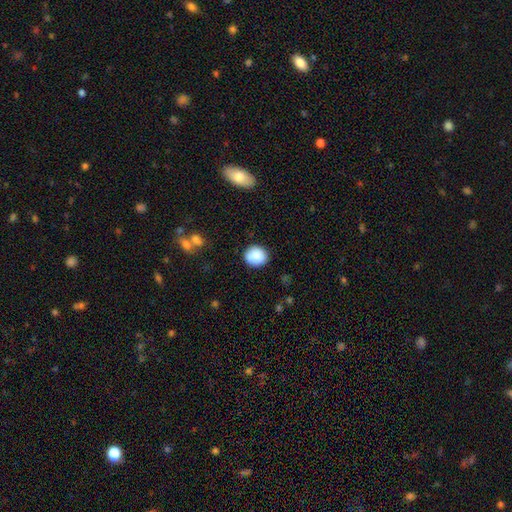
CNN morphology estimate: A smooth galaxy with no disk features (86%) that is round (79%).

Vote fractions:
- Smooth or featured? smooth: 86% / star or artifact: 8% / featured or disk: 6%
- How rounded? round: 79% / in between: 20% / cigar-shaped: 1%
- Merging? none: 84% / minor disturbance: 12% / major disturbance: 3% / merger: 2%